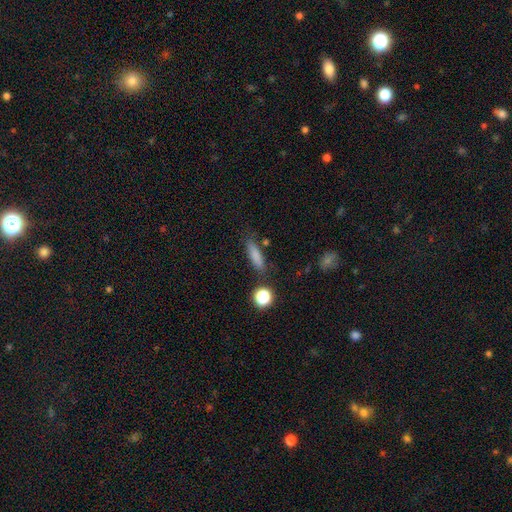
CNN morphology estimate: A smooth galaxy with no disk features (80%) that is cigar-shaped (65%). Merging: none (78%).